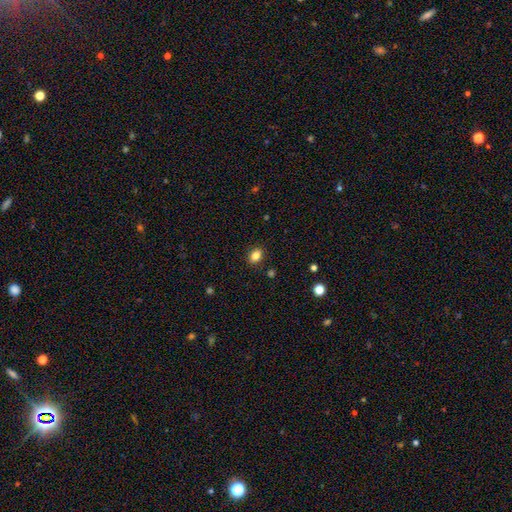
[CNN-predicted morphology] Smooth or featured? Predicted: smooth (p=0.84). How rounded? Predicted: in between (p=0.69). Merging? Predicted: none (p=0.88).